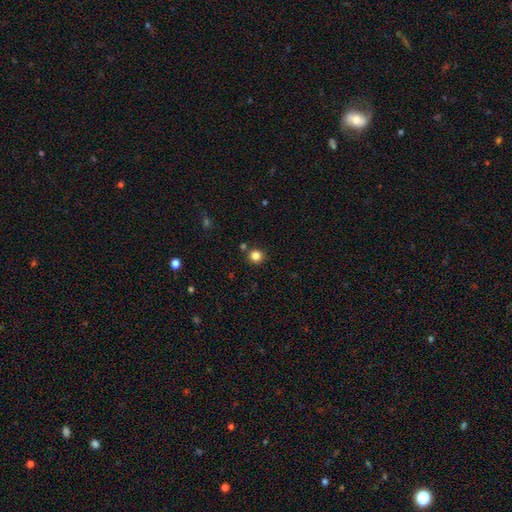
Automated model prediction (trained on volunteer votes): Smooth or featured: smooth — 83% (star or artifact — 13%)
How rounded: round — 91% (in between — 8%)
Merging: none — 85% (minor disturbance — 7%)